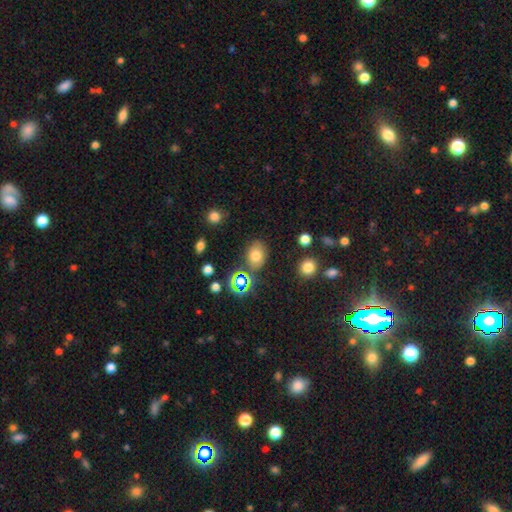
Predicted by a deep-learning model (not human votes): Smooth or featured? smooth (72%)
How rounded? in between (65%)
Merging? none (76%)